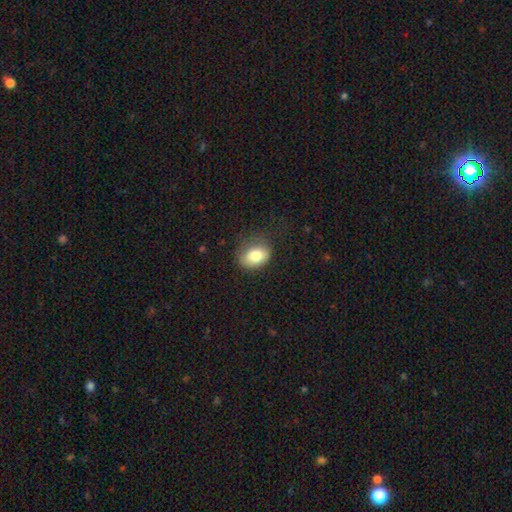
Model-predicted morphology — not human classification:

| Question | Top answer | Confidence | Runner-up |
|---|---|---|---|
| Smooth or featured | smooth | 81% | featured or disk (10%) |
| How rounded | in between | 69% | round (29%) |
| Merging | none | 64% | minor disturbance (25%) |